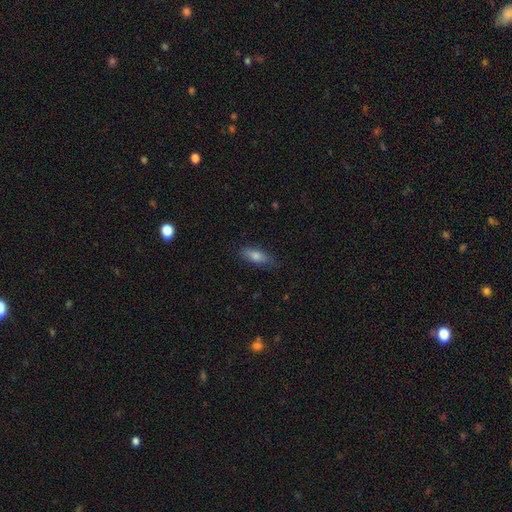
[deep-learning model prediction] smooth_or_featured: smooth (p=0.73) [alt: featured or disk p=0.19]
how_rounded: in between (p=0.60) [alt: cigar-shaped p=0.37]
merging: none (p=0.82) [alt: minor disturbance p=0.14]